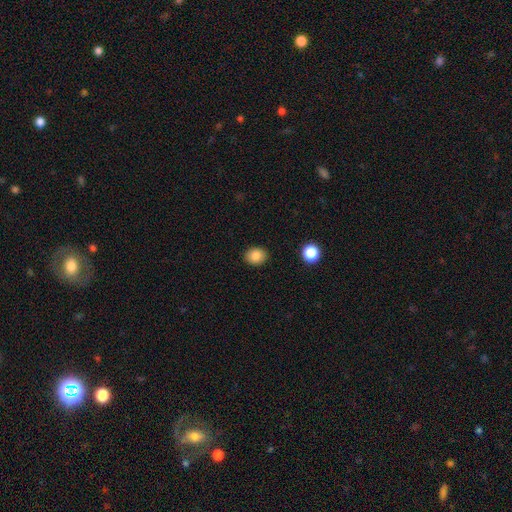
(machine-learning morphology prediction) smooth-or-featured: smooth: 85% | star or artifact: 10% | featured or disk: 5%
  how-rounded: round: 58% | in between: 41% | cigar-shaped: 1%
  merging: none: 90% | minor disturbance: 7% | major disturbance: 2% | merger: 1%